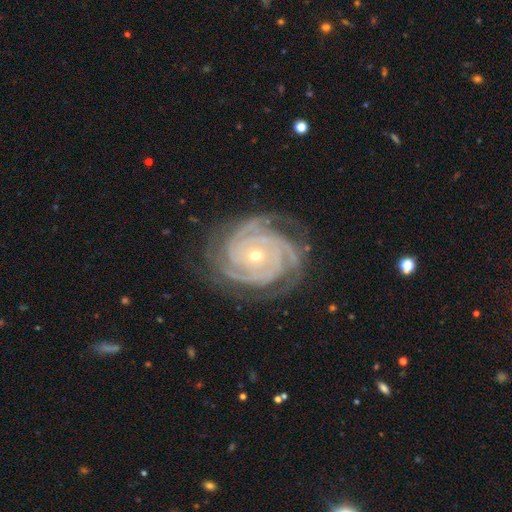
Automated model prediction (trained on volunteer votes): Q: Smooth or featured?
A: featured or disk (92%); runner-up: star or artifact (5%)
Q: Edge-on disk?
A: no (98%); runner-up: yes (2%)
Q: Bar?
A: no (77%); runner-up: weak (16%)
Q: Spiral arms?
A: yes (99%); runner-up: no (1%)
Q: Spiral winding?
A: tight (81%); runner-up: medium (17%)
Q: Spiral arm count?
A: 3 (34%); runner-up: 4 (30%)
Q: Bulge size?
A: small (66%); runner-up: moderate (31%)
Q: Merging?
A: none (78%); runner-up: minor disturbance (15%)